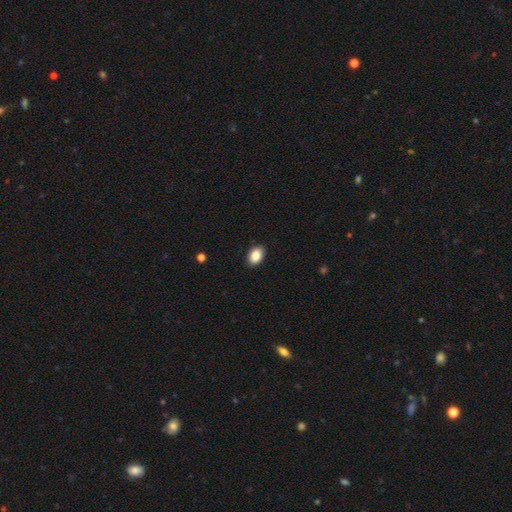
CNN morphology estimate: Smooth or featured?
  - smooth: 87% *
  - star or artifact: 8%
  - featured or disk: 5%
How rounded?
  - in between: 85% *
  - round: 14%
  - cigar-shaped: 1%
Merging?
  - none: 89% *
  - minor disturbance: 8%
  - major disturbance: 2%
  - merger: 1%